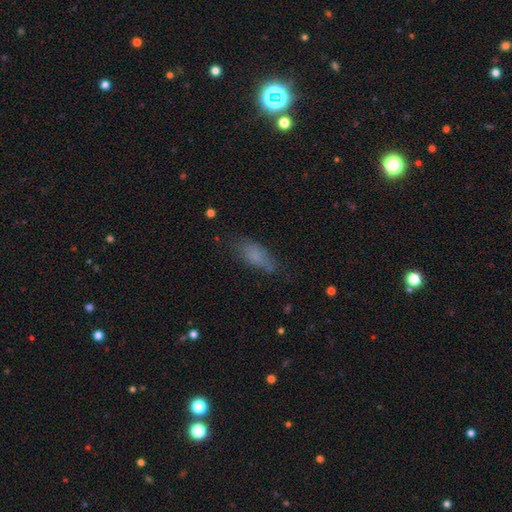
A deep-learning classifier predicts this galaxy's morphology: Smooth or featured? smooth (74%)
How rounded? in between (73%)
Merging? none (61%)